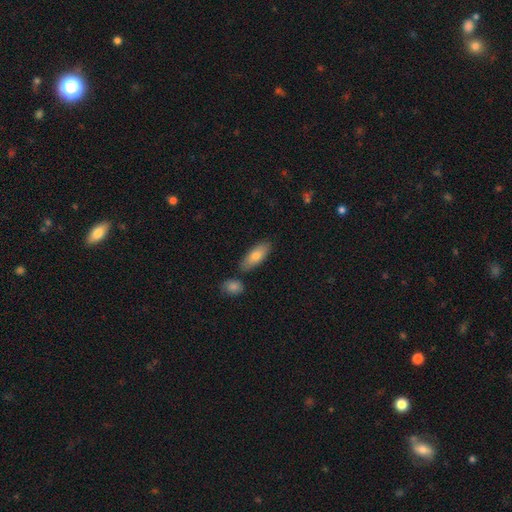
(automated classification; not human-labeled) Overall: smooth (74%). How rounded: in between (72%). Merging: none (78%).